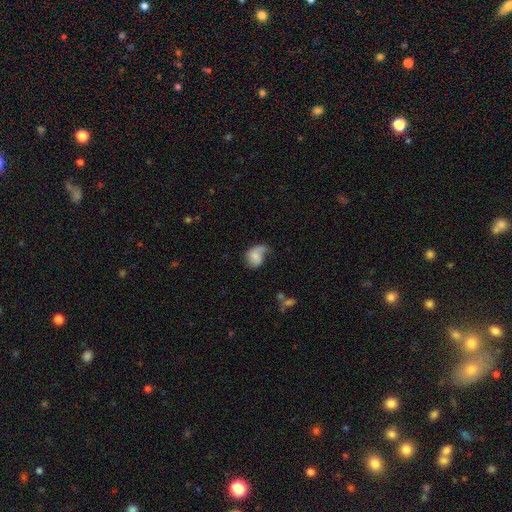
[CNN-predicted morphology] Smooth or featured? Predicted: smooth (p=0.59). How rounded? Predicted: in between (p=0.60). Merging? Predicted: major disturbance (p=0.34).